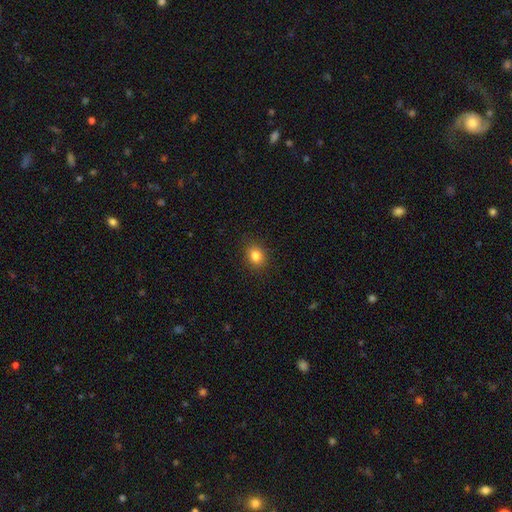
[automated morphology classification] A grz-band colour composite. It shows a smooth galaxy with no disk features (83%) that is round (60%). Merging: none (88%).